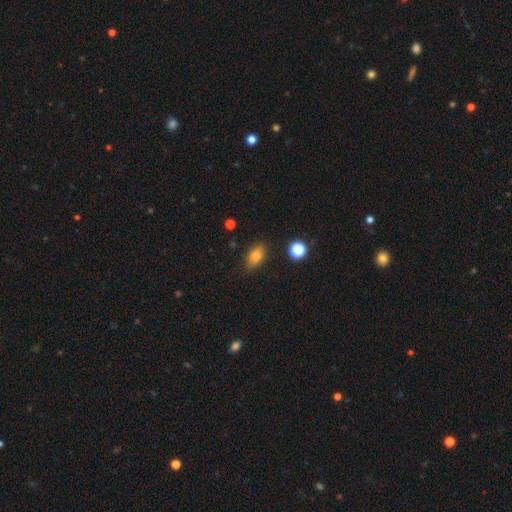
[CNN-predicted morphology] A smooth galaxy with no disk features (80%) that is in between round and cigar-shaped (83%).

Vote fractions:
- Smooth or featured? smooth: 80% / star or artifact: 10% / featured or disk: 9%
- How rounded? in between: 83% / round: 13% / cigar-shaped: 4%
- Merging? none: 81% / minor disturbance: 14% / major disturbance: 3% / merger: 2%